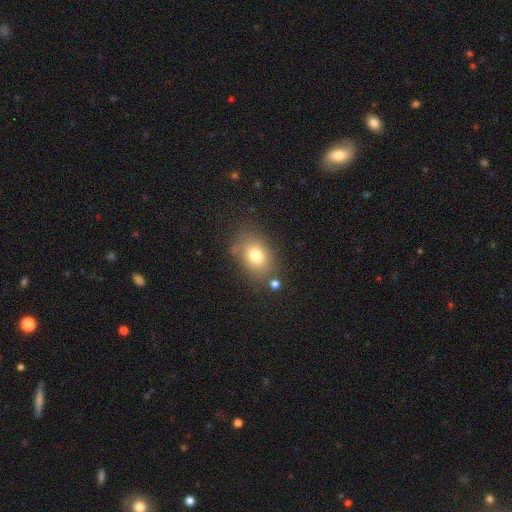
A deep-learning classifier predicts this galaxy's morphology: smooth_or_featured: smooth (p=0.76) [alt: featured or disk p=0.13]
how_rounded: in between (p=0.70) [alt: round p=0.29]
merging: none (p=0.74) [alt: minor disturbance p=0.15]